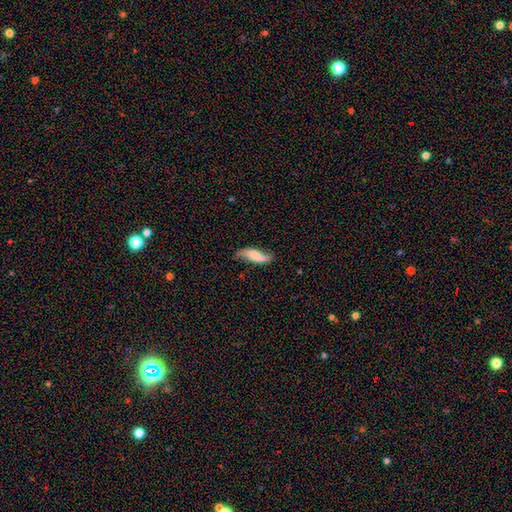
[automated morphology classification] smooth_or_featured: featured or disk (p=0.50) [alt: smooth p=0.42]
merging: none (p=0.66) [alt: minor disturbance p=0.24]